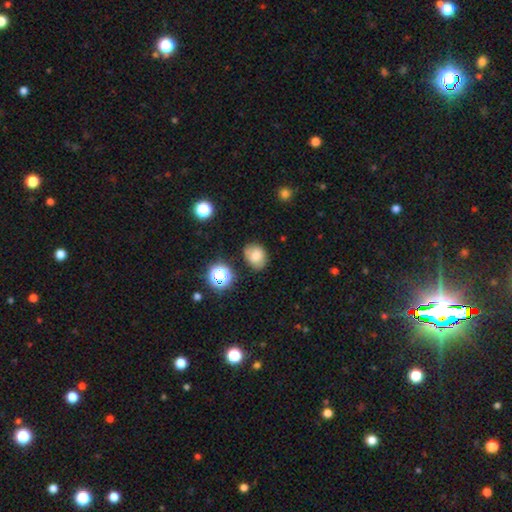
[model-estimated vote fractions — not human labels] The model was most divided on "how rounded": in between: 53%, round: 46%, cigar-shaped: 1%. More confident: smooth or featured — smooth (73%); merging — none (71%).